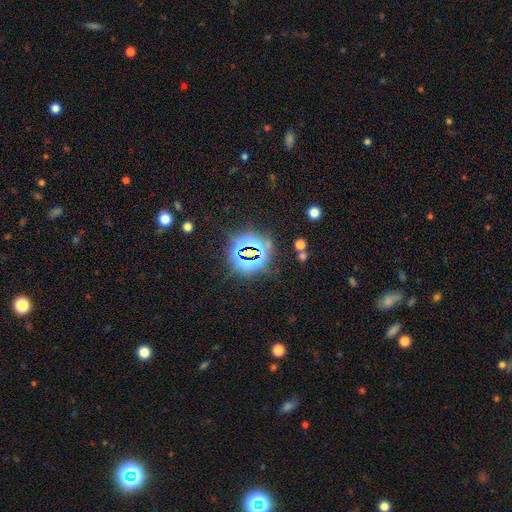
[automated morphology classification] Overall: star or artifact (76%).